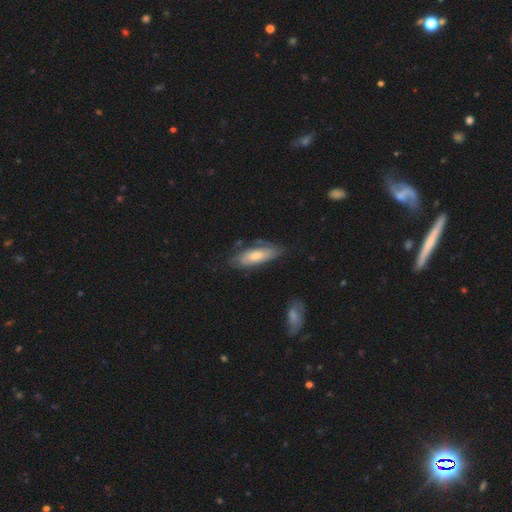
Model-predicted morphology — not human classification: smooth-or-featured: featured or disk: 47% (tied) | smooth: 47% (tied) | star or artifact: 6%
  merging: none: 62% | minor disturbance: 25% | major disturbance: 10% | merger: 3%